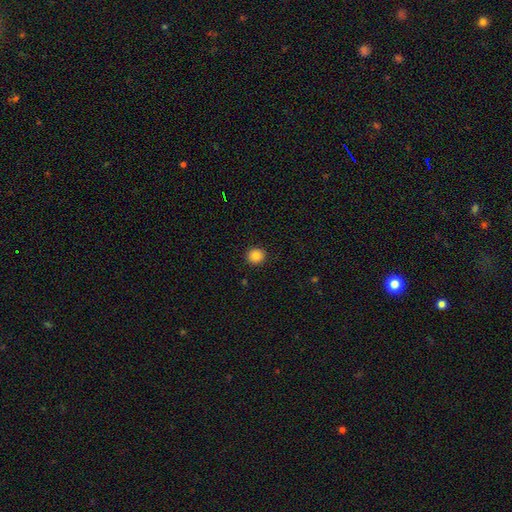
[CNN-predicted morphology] Smooth or featured? smooth (85%)
How rounded? round (91%)
Merging? none (92%)